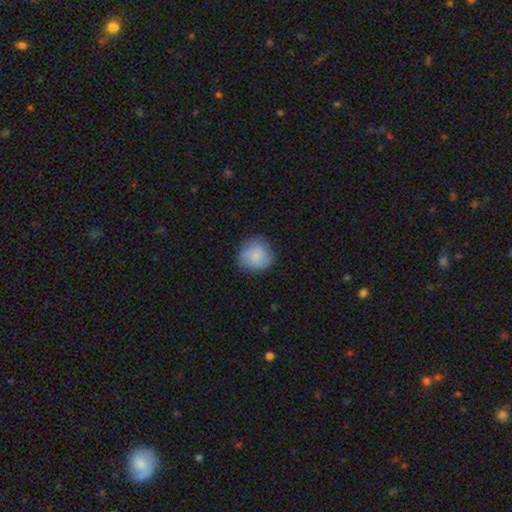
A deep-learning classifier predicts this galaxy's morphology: This appears to be a smooth galaxy with no disk features (78%) that is round (87%). Merging: none (73%).